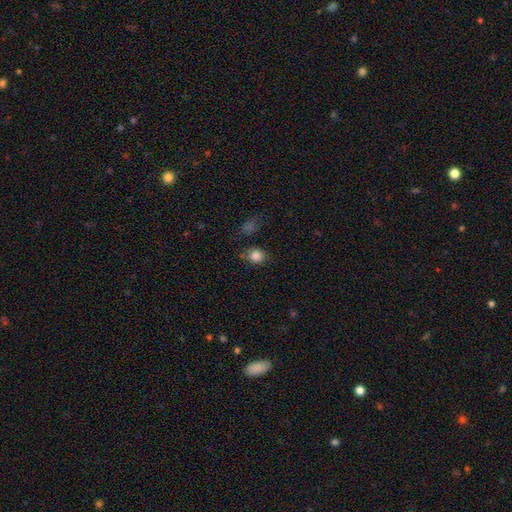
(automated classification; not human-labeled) Morphology: type=smooth (84%); roundness=round (72%); merging=none (71%).